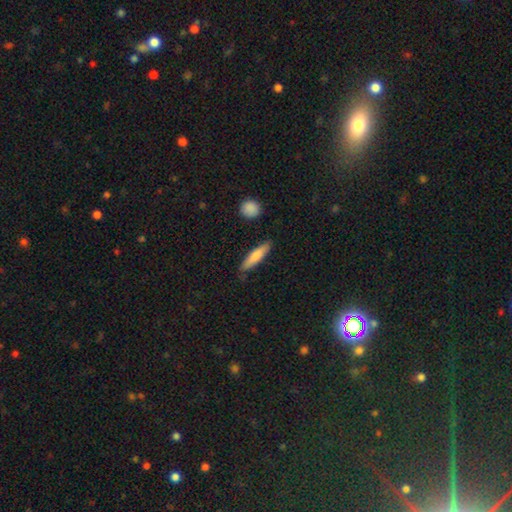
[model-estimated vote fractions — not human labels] Smooth or featured? smooth (75%)
How rounded? cigar-shaped (79%)
Merging? none (84%)